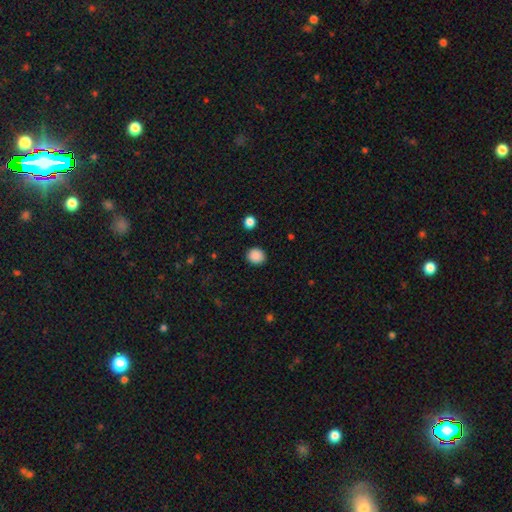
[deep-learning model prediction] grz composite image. It shows a smooth galaxy with no disk features (88%) that is round (82%). Merging: none (90%).